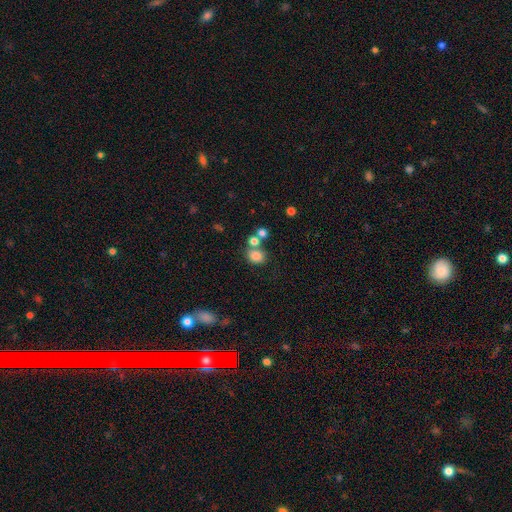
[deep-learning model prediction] This is clearly a smooth galaxy (80%). How rounded: likely round (63%). Merging: possibly none (55%).